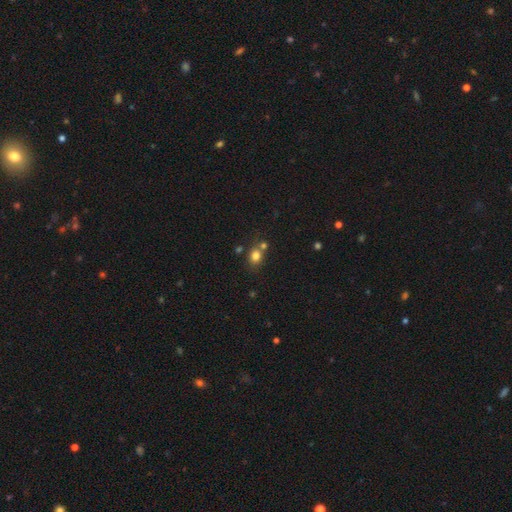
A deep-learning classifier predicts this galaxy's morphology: This appears to be a smooth galaxy with no disk features (79%) that is round (58%). Merging: none (60%).